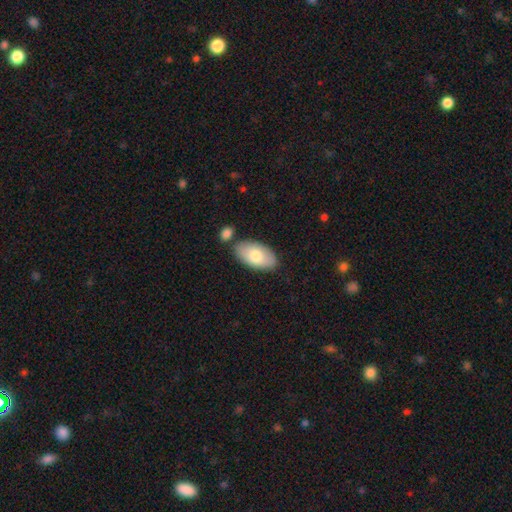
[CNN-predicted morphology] This appears to be a smooth galaxy with no disk features (75%) that is in between round and cigar-shaped (95%). Merging: none (75%).